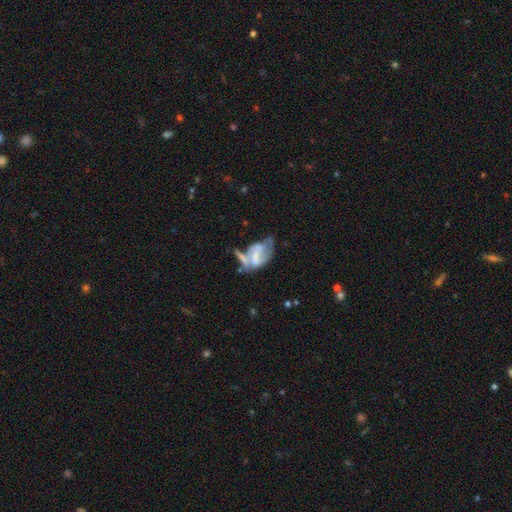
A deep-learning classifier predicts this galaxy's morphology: This appears to be a featured or disk galaxy (57%) with no bar (43%), spiral arms (51%) and no central bulge (37%). Merging: merger (30%, tied with major disturbance).